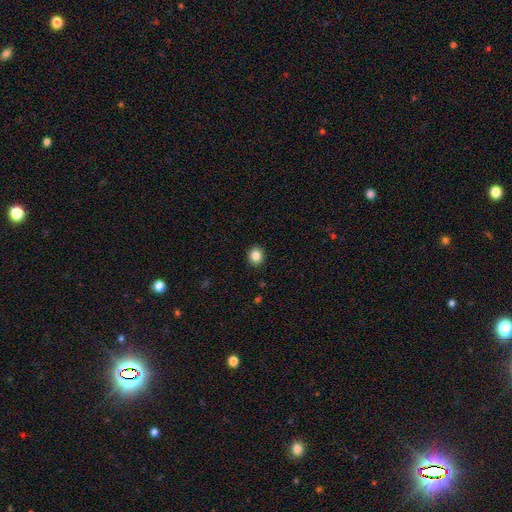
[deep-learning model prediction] The model was most divided on "how rounded": round: 78%, in between: 21%, cigar-shaped: 1%. More confident: merging — none (92%); smooth or featured — smooth (85%).